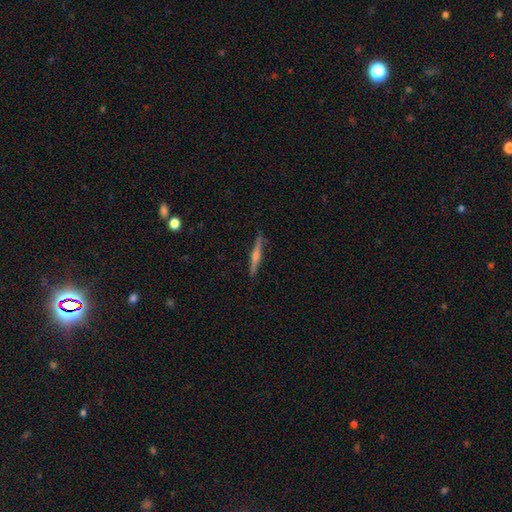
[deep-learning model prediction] A featured or disk galaxy (72%) viewed edge-on (98%) with a rounded central bulge (79%). Merging: none (90%).